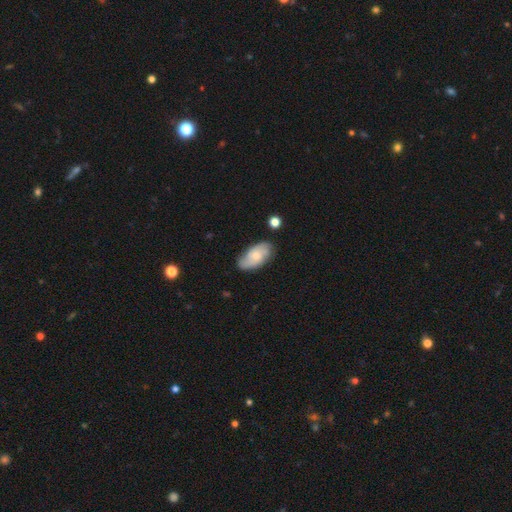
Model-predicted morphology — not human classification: Smooth or featured? Predicted: smooth (p=0.50). How rounded? Predicted: in between (p=0.93). Merging? Predicted: none (p=0.73).